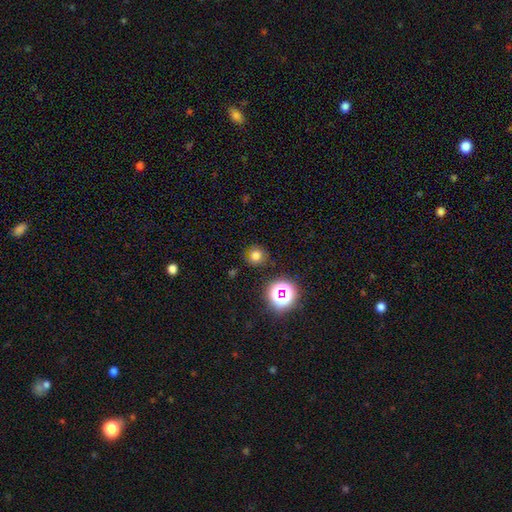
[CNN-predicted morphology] Smooth or featured: smooth — 70% (star or artifact — 21%)
How rounded: round — 88% (in between — 11%)
Merging: none — 81% (minor disturbance — 12%)